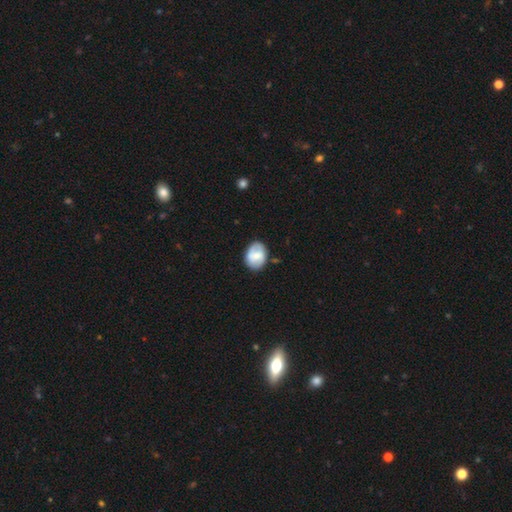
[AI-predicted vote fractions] The model was most divided on "smooth or featured": smooth: 54%, featured or disk: 39%, star or artifact: 7%. More confident: merging — none (75%); how rounded — in between (64%).